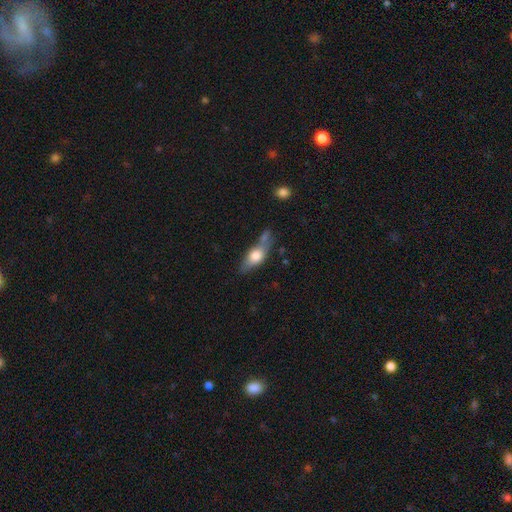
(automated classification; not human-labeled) Smooth or featured?
  - smooth: 59% *
  - featured or disk: 34%
  - star or artifact: 7%
How rounded?
  - in between: 64% *
  - cigar-shaped: 30%
  - round: 6%
Merging?
  - none: 52% *
  - minor disturbance: 23%
  - merger: 17%
  - major disturbance: 8%